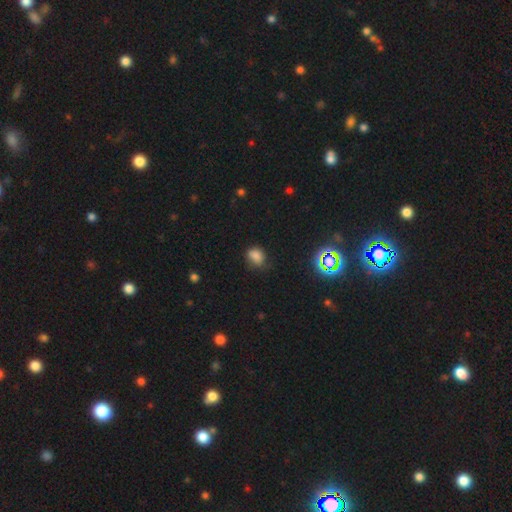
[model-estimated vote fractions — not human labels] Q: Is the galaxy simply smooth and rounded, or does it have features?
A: smooth — 77%.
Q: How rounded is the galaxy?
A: in between — 50%.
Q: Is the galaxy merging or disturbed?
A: none — 63%.